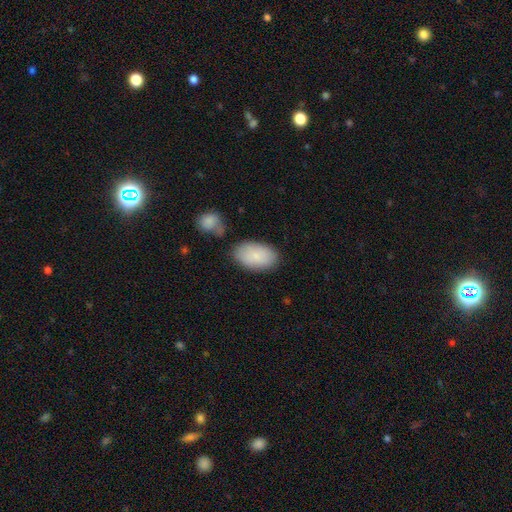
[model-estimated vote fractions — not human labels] Smooth or featured: smooth — 83% (featured or disk — 11%)
How rounded: in between — 93% (round — 6%)
Merging: none — 73% (minor disturbance — 16%)